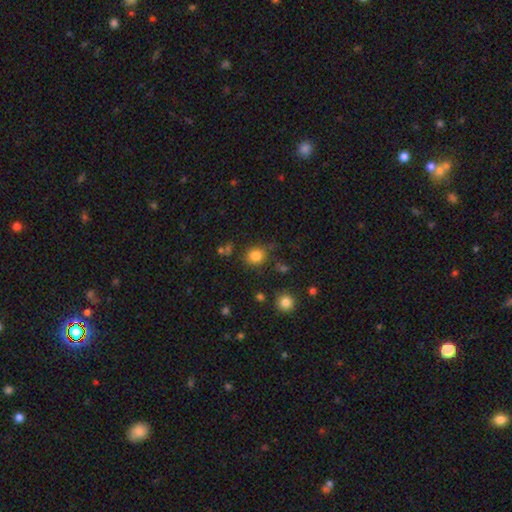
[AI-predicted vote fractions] smooth_or_featured: smooth (p=0.82) [alt: star or artifact p=0.12]
how_rounded: round (p=0.80) [alt: in between p=0.19]
merging: none (p=0.77) [alt: minor disturbance p=0.13]